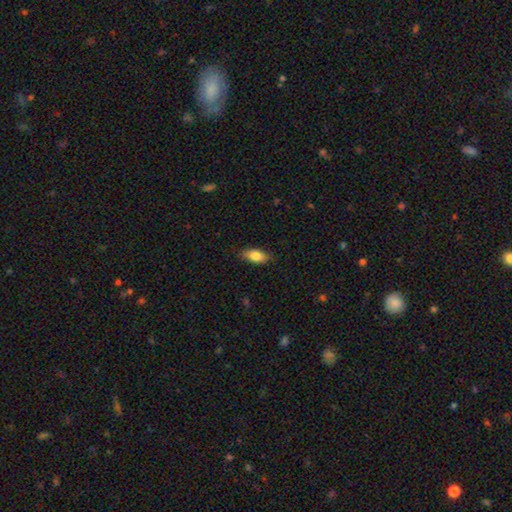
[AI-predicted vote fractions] Overall: smooth (82%). How rounded: in between (86%). Merging: none (84%).